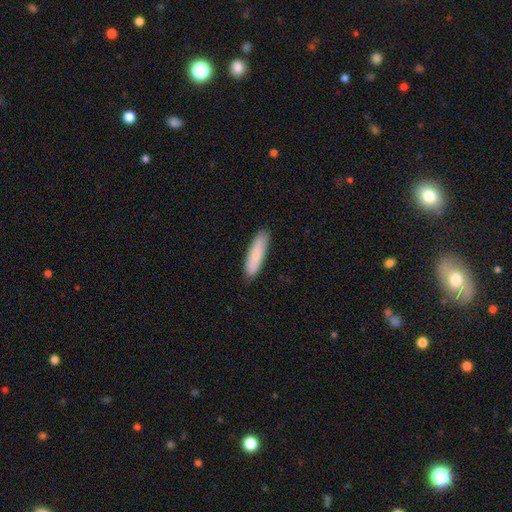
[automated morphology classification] Smooth or featured? smooth (84%)
How rounded? cigar-shaped (72%)
Merging? none (87%)